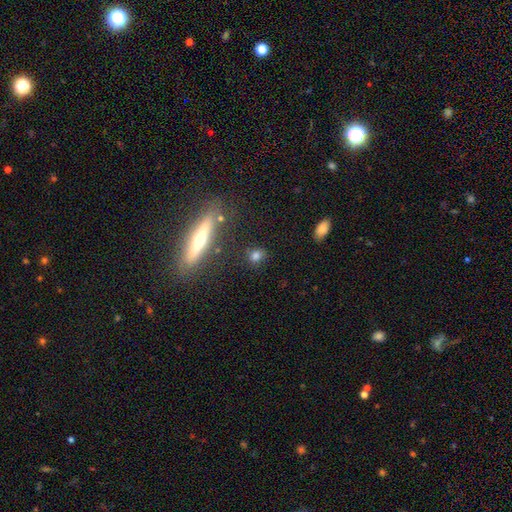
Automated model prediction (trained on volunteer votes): This appears to be a smooth galaxy with no disk features (73%) that is round (61%). Merging: none (79%).